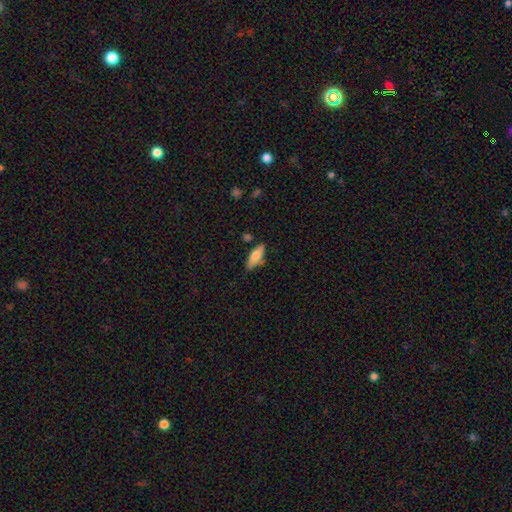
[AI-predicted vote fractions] smooth-or-featured: smooth: 71% | featured or disk: 23% | star or artifact: 7%
  how-rounded: in between: 62% | cigar-shaped: 36% | round: 2%
  merging: none: 71% | minor disturbance: 20% | merger: 5% | major disturbance: 4%